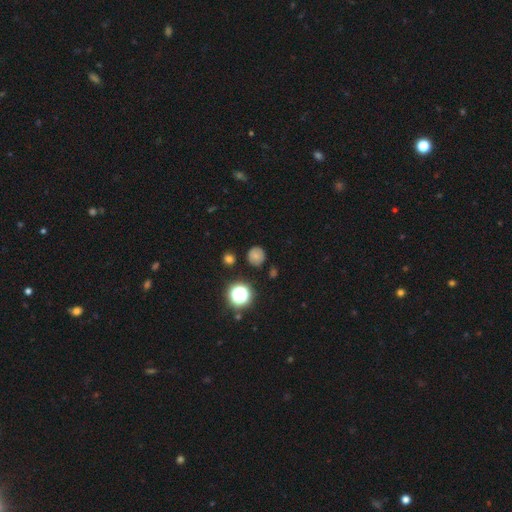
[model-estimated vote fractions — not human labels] Smooth or featured? smooth (71%)
How rounded? round (89%)
Merging? none (81%)